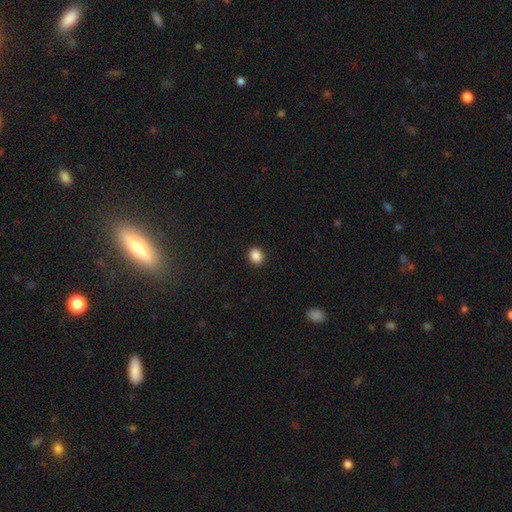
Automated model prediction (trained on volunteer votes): Smooth or featured?
  - smooth: 87% *
  - star or artifact: 10%
  - featured or disk: 3%
How rounded?
  - round: 72% *
  - in between: 27%
  - cigar-shaped: 1%
Merging?
  - none: 92% *
  - minor disturbance: 6%
  - major disturbance: 2%
  - merger: 1%